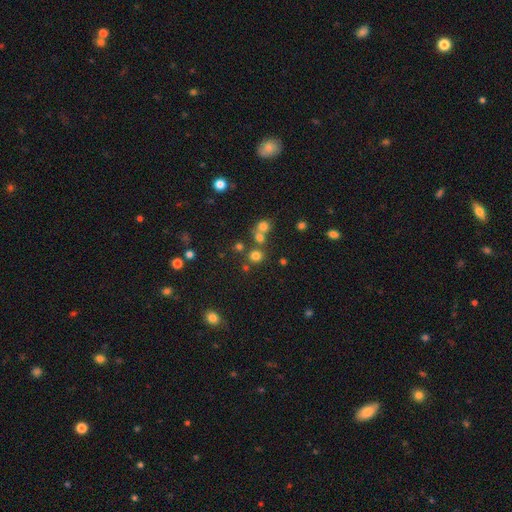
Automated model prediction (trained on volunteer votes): This is likely a smooth galaxy (72%). How rounded: clearly round (88%). Merging: likely none (68%).